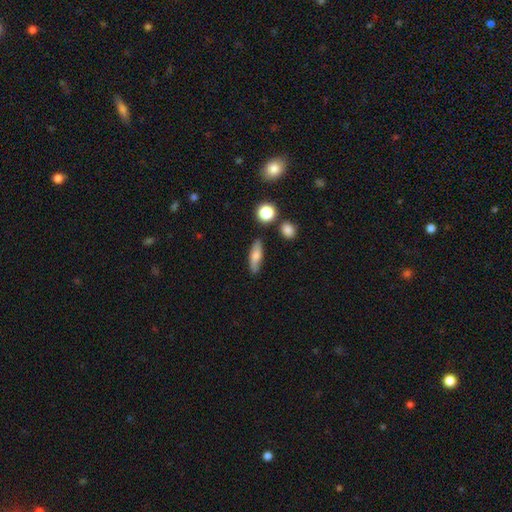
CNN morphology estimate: A smooth galaxy with no disk features (68%) that is in between round and cigar-shaped (49%).

Vote fractions:
- Smooth or featured? smooth: 68% / featured or disk: 24% / star or artifact: 8%
- How rounded? in between: 49% / cigar-shaped: 45% / round: 6%
- Merging? none: 78% / minor disturbance: 15% / merger: 4% / major disturbance: 3%